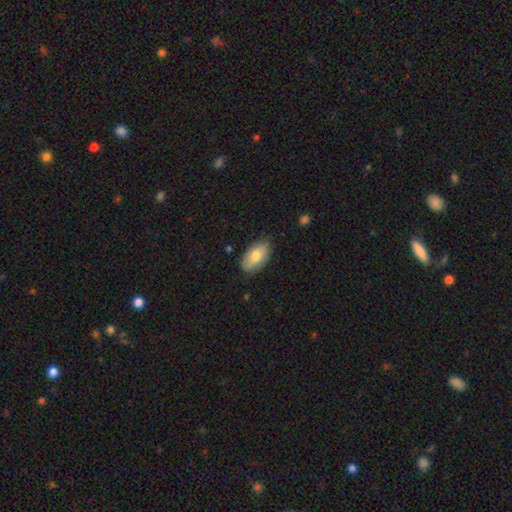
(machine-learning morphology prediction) type=smooth (72%); roundness=in between (94%); merging=none (81%).